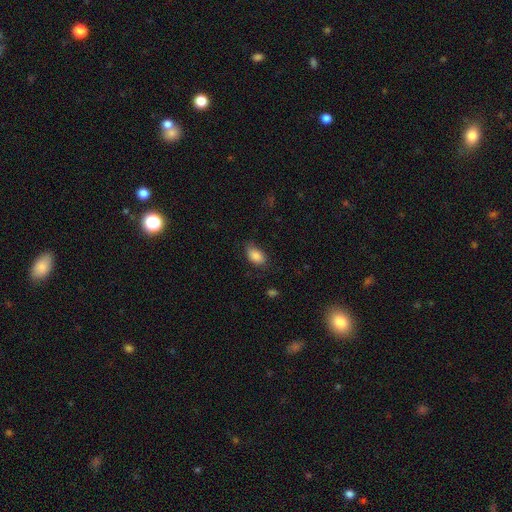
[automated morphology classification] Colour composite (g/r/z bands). It shows a smooth galaxy with no disk features (87%) that is in between round and cigar-shaped (91%). Merging: none (74%).